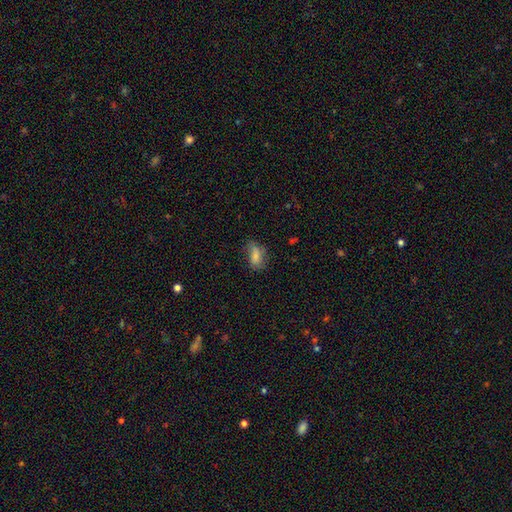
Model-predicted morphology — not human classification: smooth-or-featured: smooth: 75% | featured or disk: 15% | star or artifact: 10%
  how-rounded: in between: 86% | round: 8% | cigar-shaped: 7%
  merging: none: 56% | minor disturbance: 30% | major disturbance: 13% | merger: 2%